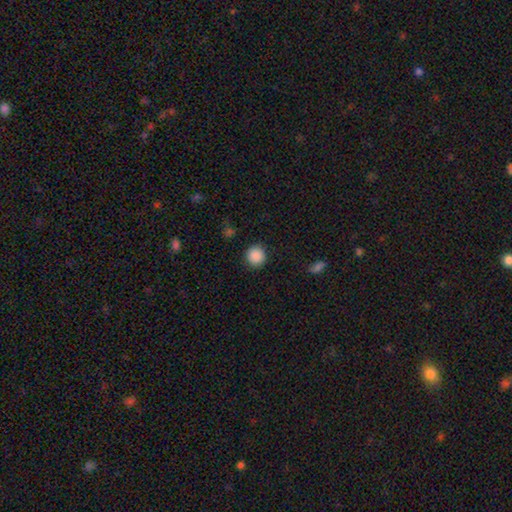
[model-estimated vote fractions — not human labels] A smooth galaxy with no disk features (89%) that is round (94%).

Vote fractions:
- Smooth or featured? smooth: 89% / star or artifact: 9% / featured or disk: 3%
- How rounded? round: 94% / in between: 5% / cigar-shaped: 1%
- Merging? none: 90% / minor disturbance: 6% / major disturbance: 2% / merger: 1%